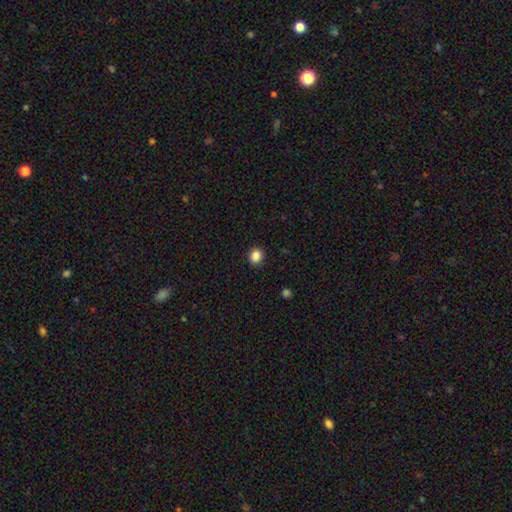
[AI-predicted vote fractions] Smooth or featured: smooth — 86% (star or artifact — 10%)
How rounded: round — 71% (in between — 28%)
Merging: none — 91% (minor disturbance — 6%)